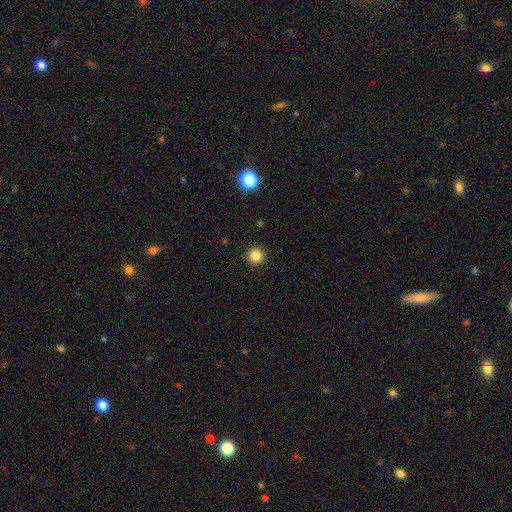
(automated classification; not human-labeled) The model was most divided on "smooth or featured": smooth: 84%, star or artifact: 12%, featured or disk: 4%. More confident: how rounded — round (96%); merging — none (93%).